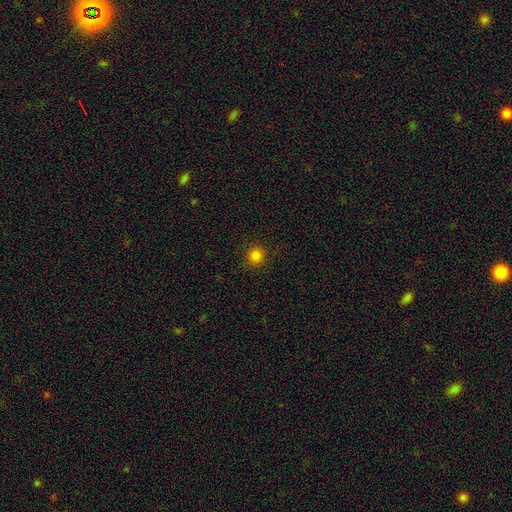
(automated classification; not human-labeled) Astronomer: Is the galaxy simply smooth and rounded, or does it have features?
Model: smooth — 83%.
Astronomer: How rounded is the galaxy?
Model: round — 93%.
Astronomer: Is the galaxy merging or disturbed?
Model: none — 90%.